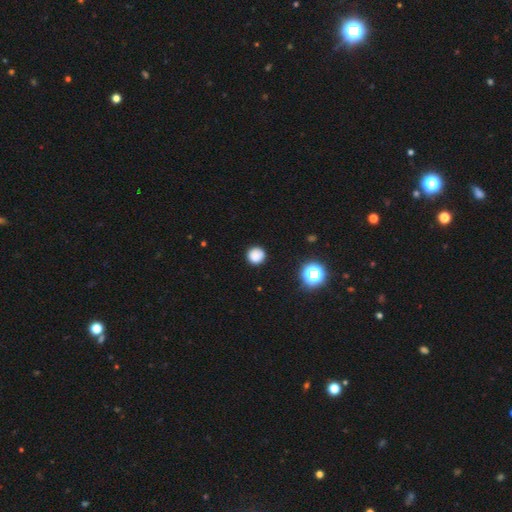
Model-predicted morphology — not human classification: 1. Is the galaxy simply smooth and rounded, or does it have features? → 83% smooth, 13% star or artifact, 4% featured or disk.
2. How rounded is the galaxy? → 94% round, 5% in between, 1% cigar-shaped.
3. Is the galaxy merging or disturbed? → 90% none, 7% minor disturbance, 2% major disturbance, 1% merger.